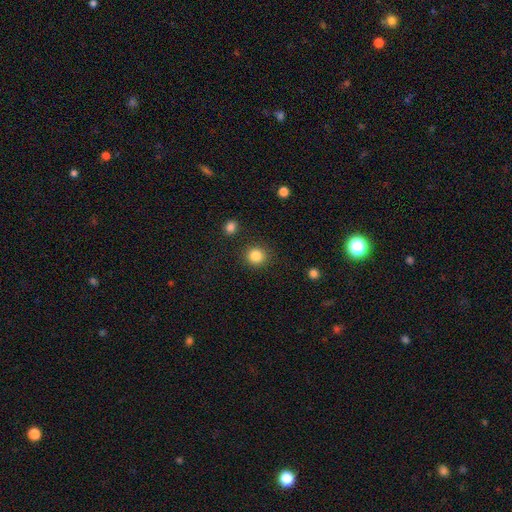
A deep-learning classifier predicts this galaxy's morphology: smooth 85%, star or artifact 11%, featured or disk 5%. Down the decision tree: how rounded — round (92%); merging — none (89%).